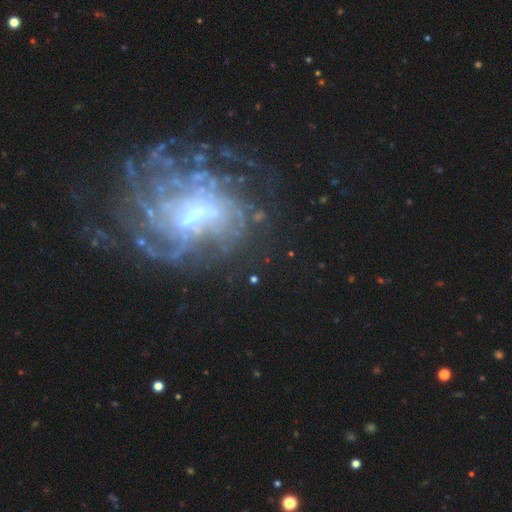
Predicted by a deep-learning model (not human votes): Overall: featured or disk (75%). Edge-on disk: no (96%). Bar: weak (45%; no 31%). Spiral arms: yes (87%). Spiral arm count: can't tell (44%; more than 4 25%). Spiral winding: tight (63%; medium 26%). Bulge size: moderate (39%; small 33%). Merging: none (65%).